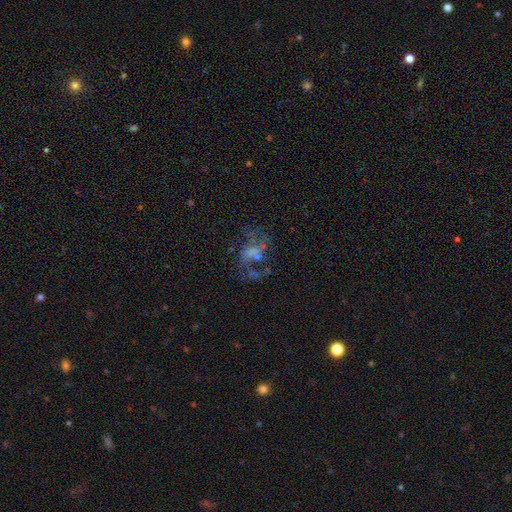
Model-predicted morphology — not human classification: smooth_or_featured: featured or disk (p=0.60) [alt: star or artifact p=0.21]
disk_edge_on: no (p=0.97) [alt: yes p=0.03]
bar: no (p=0.64) [alt: weak p=0.29]
has_spiral_arms: yes (p=0.60) [alt: no p=0.40]
bulge_size: none (p=0.47) [alt: small p=0.29]
merging: none (p=0.45) [alt: major disturbance p=0.32]